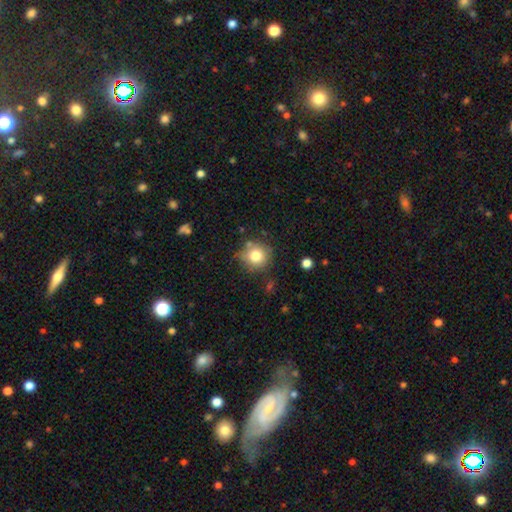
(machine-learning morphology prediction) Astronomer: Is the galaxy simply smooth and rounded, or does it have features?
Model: smooth — 79%.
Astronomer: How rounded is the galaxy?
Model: round — 91%.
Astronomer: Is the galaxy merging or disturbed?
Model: none — 74%.